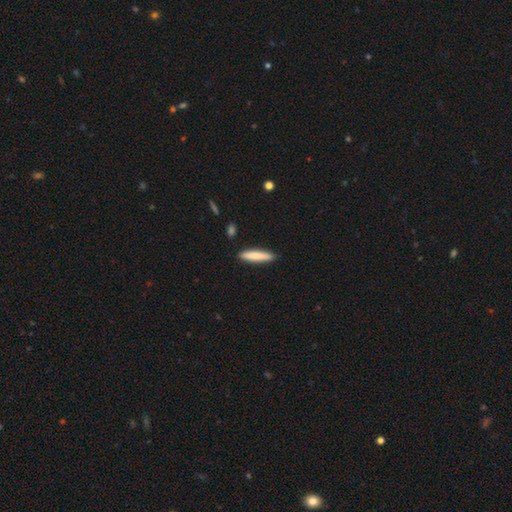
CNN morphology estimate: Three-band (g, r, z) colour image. It shows a smooth galaxy with no disk features (79%) that is cigar-shaped (89%). Merging: none (90%).